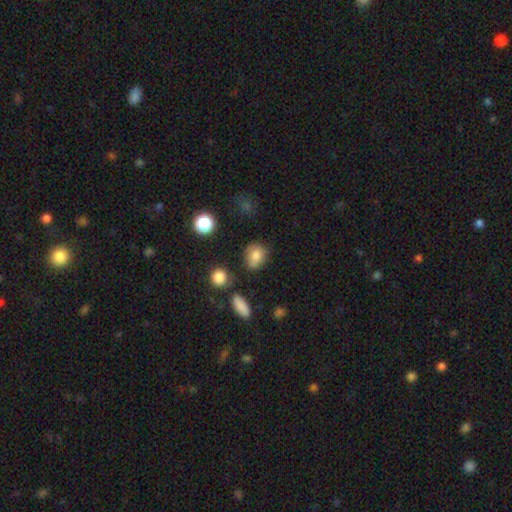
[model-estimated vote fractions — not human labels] Smooth or featured? Predicted: smooth (p=0.81). How rounded? Predicted: in between (p=0.50). Merging? Predicted: none (p=0.65).